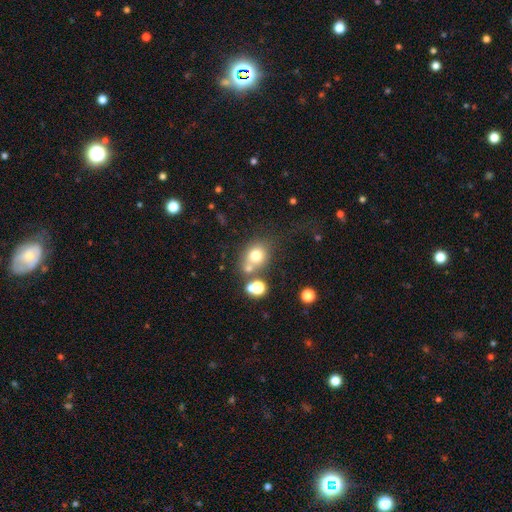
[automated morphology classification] Smooth or featured? Predicted: smooth (p=0.71). How rounded? Predicted: round (p=0.70). Merging? Predicted: none (p=0.55).